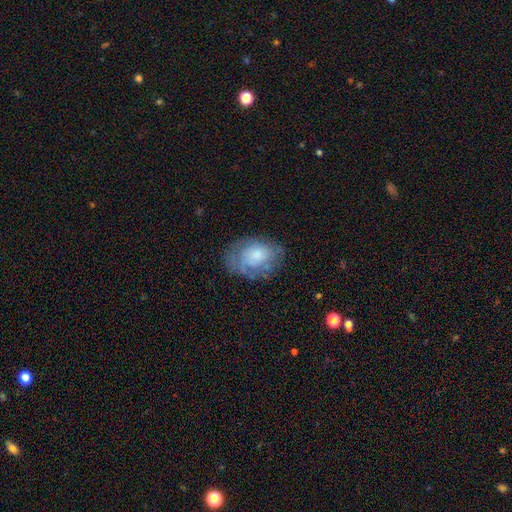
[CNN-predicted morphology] The model was most divided on "smooth or featured": smooth: 51%, featured or disk: 41%, star or artifact: 9%. More confident: how rounded — in between (74%); merging — none (61%).